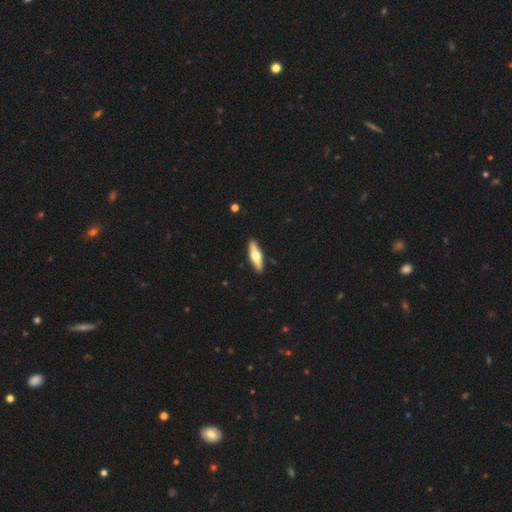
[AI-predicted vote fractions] This is possibly a featured or disk galaxy (57%). It is clearly viewed edge-on (94%). Edge-on bulge: clearly rounded (95%). Merging: clearly none (91%).